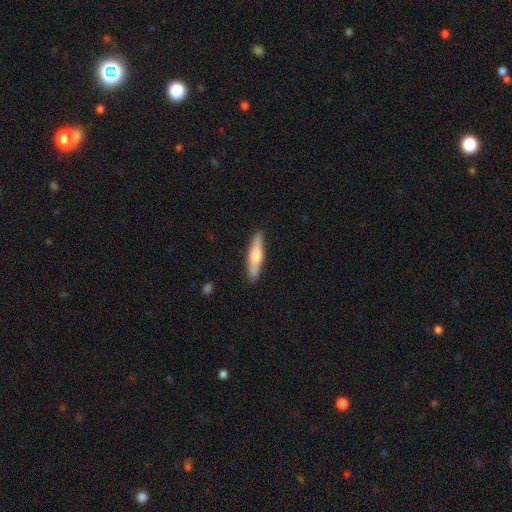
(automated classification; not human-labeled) A smooth galaxy with no disk features (54%) that is cigar-shaped (81%).

Vote fractions:
- Smooth or featured? smooth: 54% / featured or disk: 41% / star or artifact: 5%
- How rounded? cigar-shaped: 81% / in between: 18% / round: 2%
- Merging? none: 89% / minor disturbance: 9% / major disturbance: 2% / merger: 1%